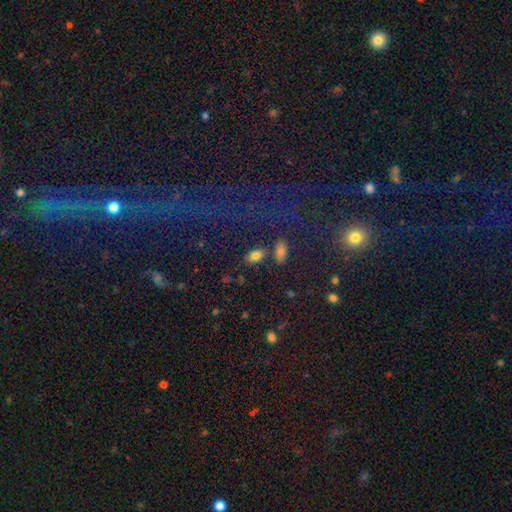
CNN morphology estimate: A smooth galaxy with no disk features (80%) that is in between round and cigar-shaped (91%).

Vote fractions:
- Smooth or featured? smooth: 80% / star or artifact: 12% / featured or disk: 8%
- How rounded? in between: 91% / round: 6% / cigar-shaped: 4%
- Merging? none: 76% / minor disturbance: 11% / merger: 10% / major disturbance: 3%